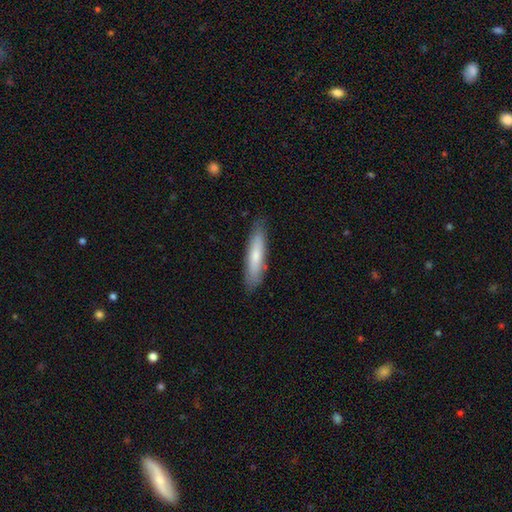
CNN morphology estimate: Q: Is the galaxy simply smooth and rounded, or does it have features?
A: smooth — 69%.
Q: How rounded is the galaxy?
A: cigar-shaped — 81%.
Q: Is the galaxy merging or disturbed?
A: none — 84%.